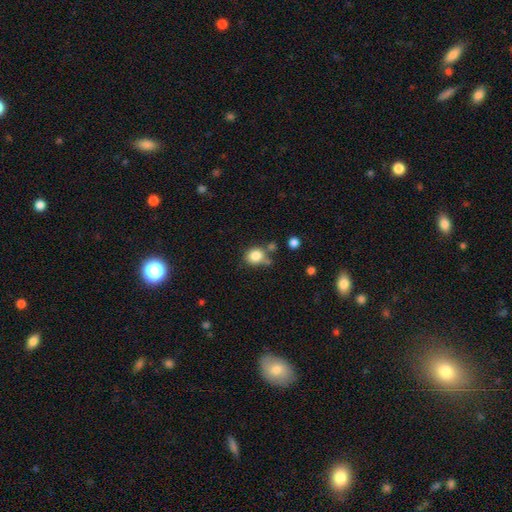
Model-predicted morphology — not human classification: Q: Smooth or featured?
A: smooth (83%); runner-up: star or artifact (10%)
Q: How rounded?
A: round (74%); runner-up: in between (25%)
Q: Merging?
A: none (62%); runner-up: minor disturbance (19%)